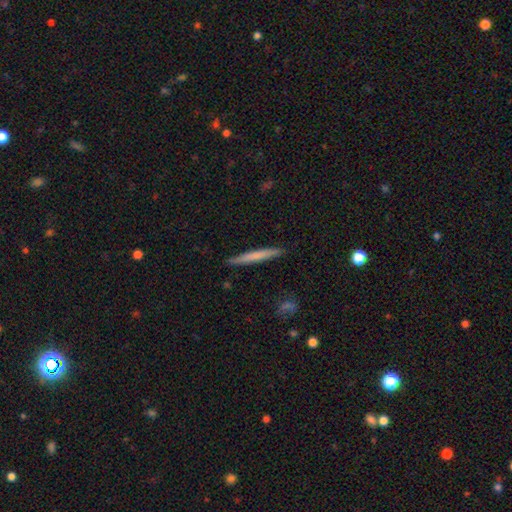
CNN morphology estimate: This appears to be a smooth galaxy with no disk features (64%) that is cigar-shaped (96%). Merging: none (90%).